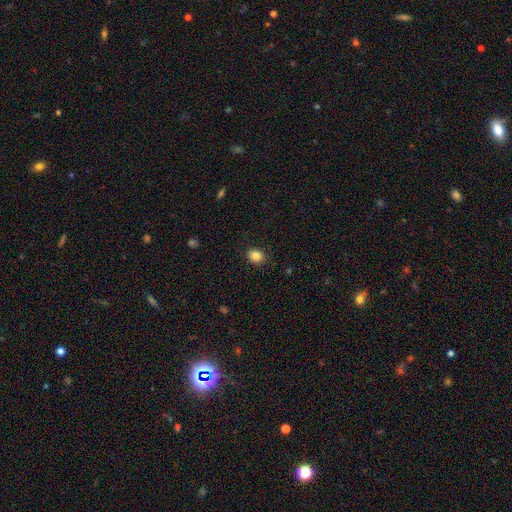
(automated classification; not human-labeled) smooth 85%, star or artifact 10%, featured or disk 5%. Down the decision tree: how rounded — round (61%); merging — none (86%).